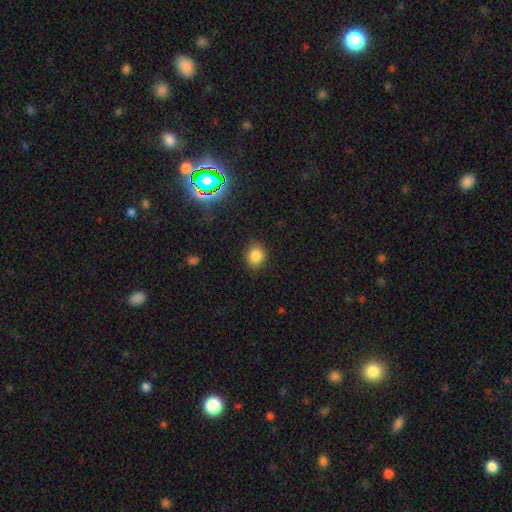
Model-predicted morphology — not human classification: smooth-or-featured: smooth: 83% | star or artifact: 12% | featured or disk: 5%
  how-rounded: round: 66% | in between: 33% | cigar-shaped: 1%
  merging: none: 84% | minor disturbance: 12% | major disturbance: 3% | merger: 1%